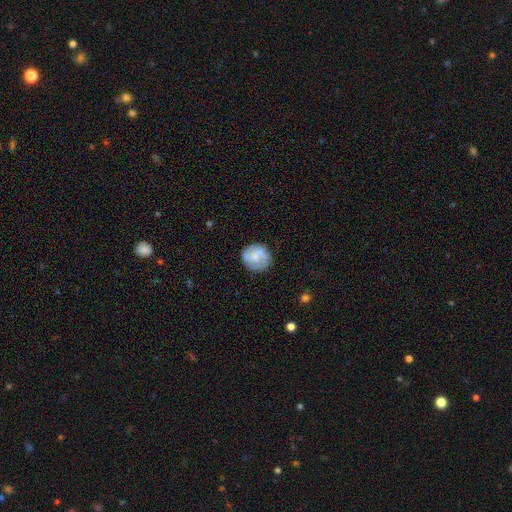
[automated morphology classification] The model was most divided on "smooth or featured": featured or disk: 53%, smooth: 40%, star or artifact: 7%. Remaining: edge-on disk — no (98%); spiral arms — yes (76%); merging — none (76%); bar — no (58%); bulge size — small (45%).